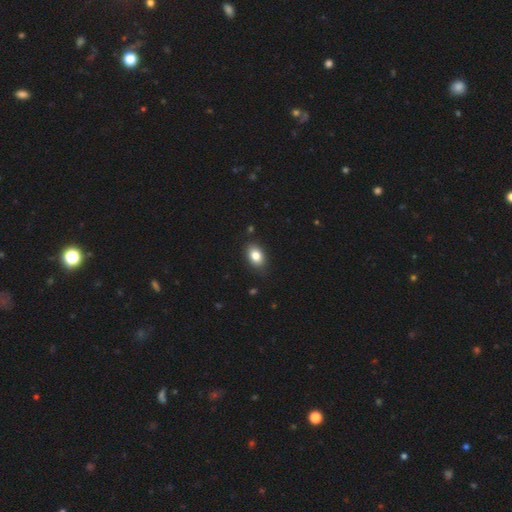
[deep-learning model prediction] Smooth or featured? Predicted: smooth (p=0.82). How rounded? Predicted: in between (p=0.83). Merging? Predicted: none (p=0.86).